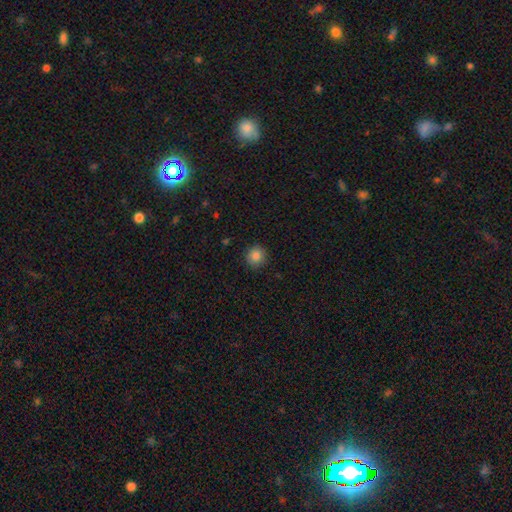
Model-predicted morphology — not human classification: type=smooth (85%); roundness=round (92%); merging=none (90%).